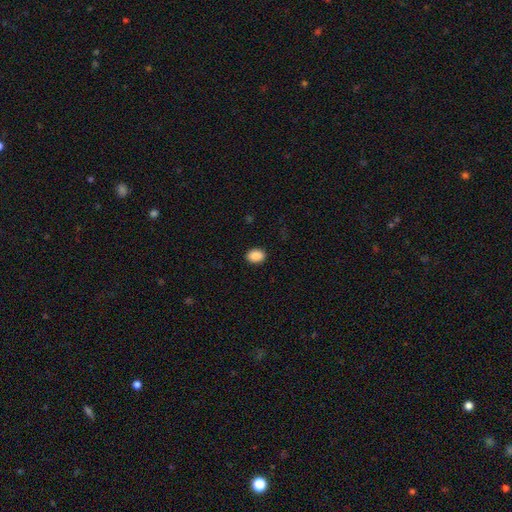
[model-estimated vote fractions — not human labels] Smooth or featured? smooth (90%)
How rounded? in between (71%)
Merging? none (91%)